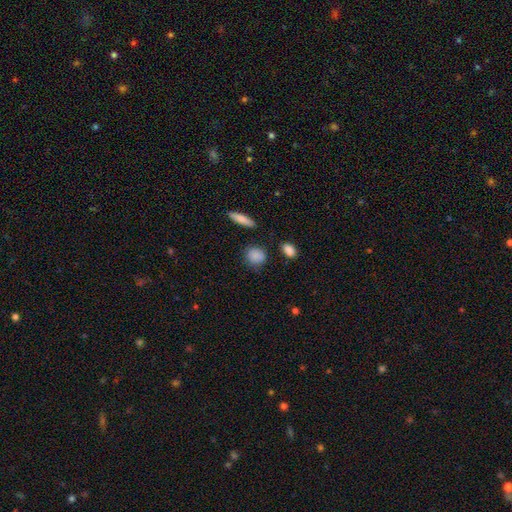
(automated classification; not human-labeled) Q: Smooth or featured?
A: smooth (87%); runner-up: star or artifact (8%)
Q: How rounded?
A: round (77%); runner-up: in between (20%)
Q: Merging?
A: none (80%); runner-up: minor disturbance (13%)